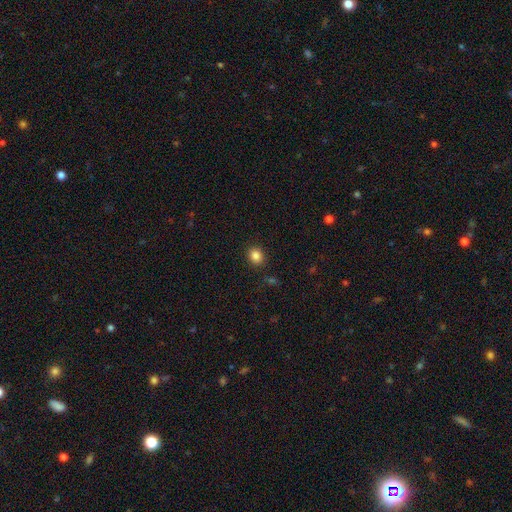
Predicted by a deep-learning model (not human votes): smooth_or_featured: smooth (p=0.85) [alt: star or artifact p=0.11]
how_rounded: round (p=0.65) [alt: in between p=0.34]
merging: none (p=0.89) [alt: minor disturbance p=0.07]